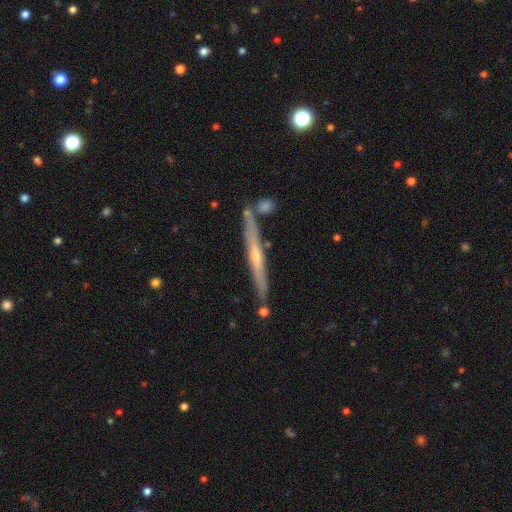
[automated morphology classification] Q: Smooth or featured?
A: featured or disk (73%); runner-up: smooth (21%)
Q: Edge-on disk?
A: yes (96%); runner-up: no (4%)
Q: Edge-on bulge?
A: rounded (67%); runner-up: none (30%)
Q: Merging?
A: none (83%); runner-up: minor disturbance (10%)